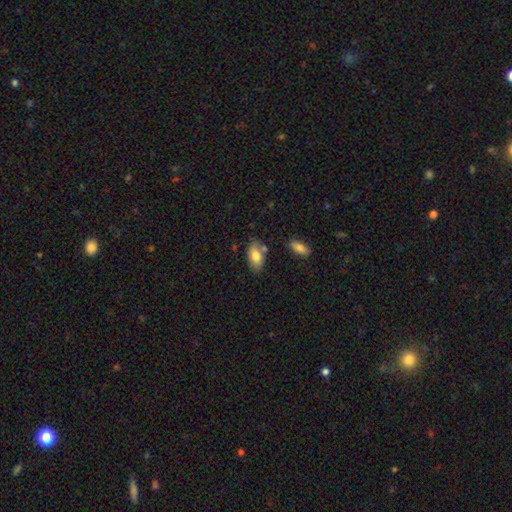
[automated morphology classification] A smooth galaxy with no disk features (78%) that is in between round and cigar-shaped (93%).

Vote fractions:
- Smooth or featured? smooth: 78% / featured or disk: 15% / star or artifact: 6%
- How rounded? in between: 93% / round: 4% / cigar-shaped: 3%
- Merging? none: 68% / minor disturbance: 18% / merger: 10% / major disturbance: 4%